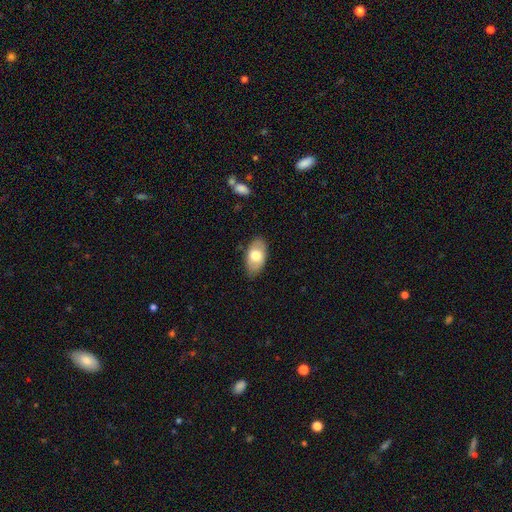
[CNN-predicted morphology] A smooth galaxy with no disk features (68%) that is in between round and cigar-shaped (93%). Merging: none (82%).